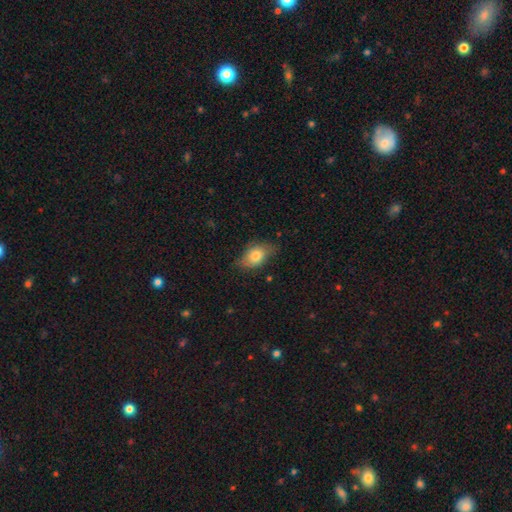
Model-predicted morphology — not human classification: smooth 77%, featured or disk 15%, star or artifact 8%. Down the decision tree: how rounded — in between (86%); merging — none (64%).